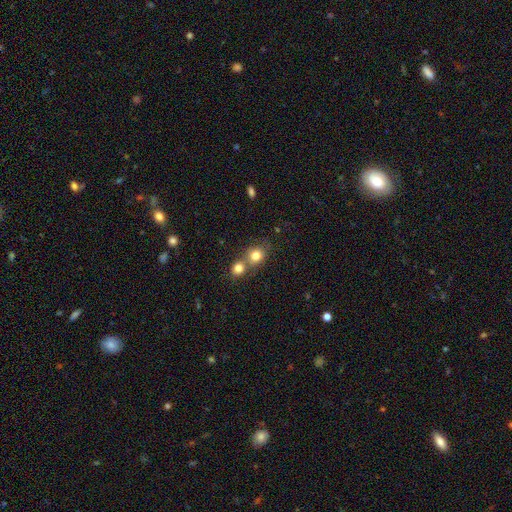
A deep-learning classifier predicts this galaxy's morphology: smooth_or_featured: smooth (p=0.80) [alt: star or artifact p=0.11]
how_rounded: round (p=0.73) [alt: in between p=0.26]
merging: merger (p=0.50) [alt: none p=0.40]